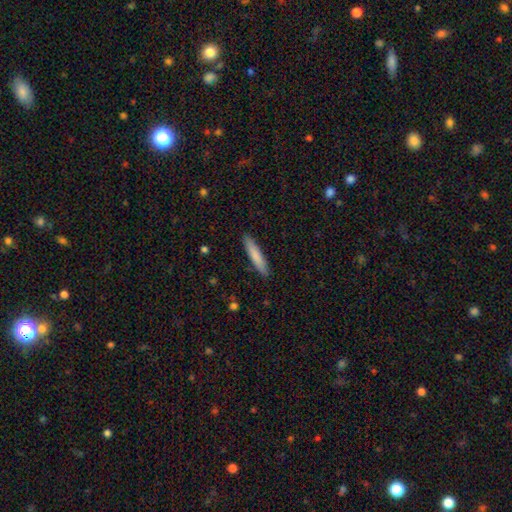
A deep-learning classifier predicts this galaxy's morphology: Smooth or featured: smooth — 80% (featured or disk — 14%)
How rounded: cigar-shaped — 91% (in between — 8%)
Merging: none — 90% (minor disturbance — 7%)